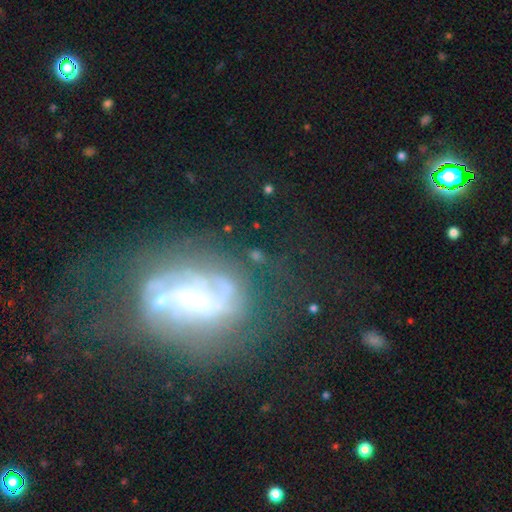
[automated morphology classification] A featured or disk galaxy (72%) with a weak bar (43%), 2 (38%) medium (42%) spiral arms (85%) and a small central bulge (58%). Merging: none (55%).